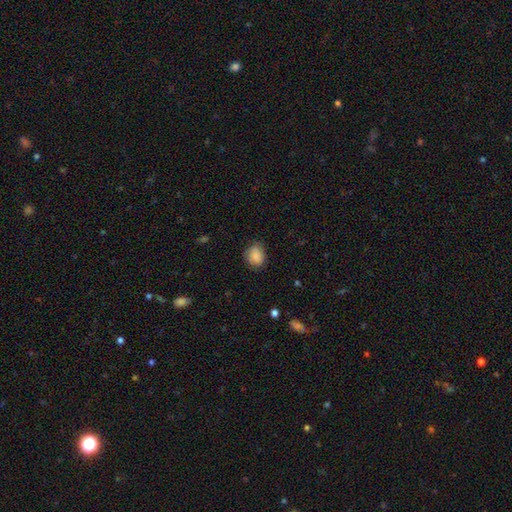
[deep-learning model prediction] Q: Smooth or featured?
A: smooth (85%); runner-up: star or artifact (8%)
Q: How rounded?
A: round (64%); runner-up: in between (35%)
Q: Merging?
A: none (71%); runner-up: minor disturbance (23%)